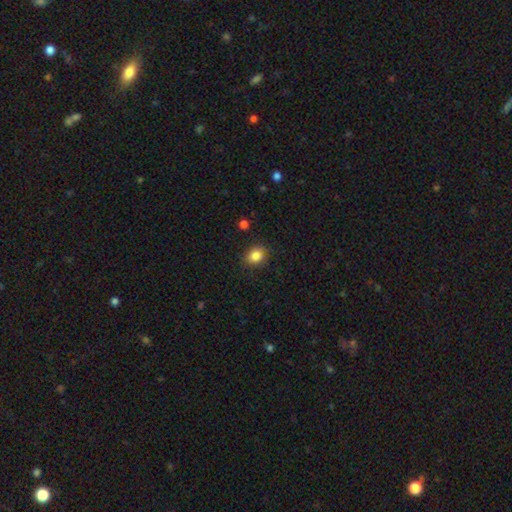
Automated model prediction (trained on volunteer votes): Smooth or featured? Predicted: smooth (p=0.84). How rounded? Predicted: round (p=0.55). Merging? Predicted: none (p=0.83).